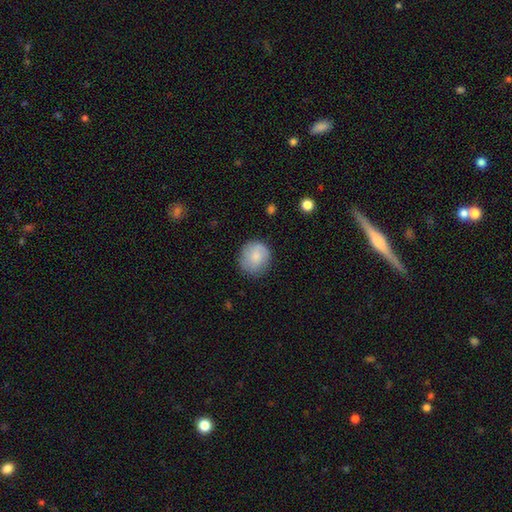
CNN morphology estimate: The model was most divided on "merging": none: 80%, minor disturbance: 15%, major disturbance: 4%, merger: 1%. More confident: how rounded — round (87%); smooth or featured — smooth (79%).